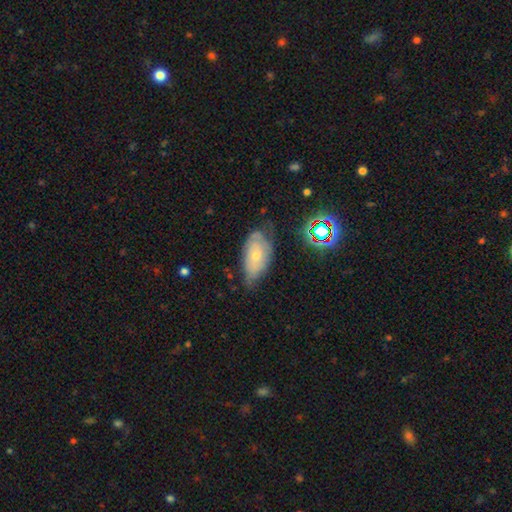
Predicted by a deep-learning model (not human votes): smooth-or-featured: featured or disk: 47% | smooth: 41% | star or artifact: 12%
  merging: none: 49% | minor disturbance: 37% | major disturbance: 12% | merger: 2%